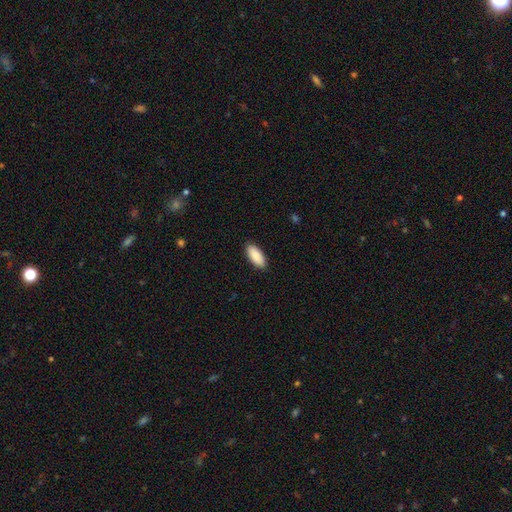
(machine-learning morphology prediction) Q: Smooth or featured?
A: smooth (91%); runner-up: star or artifact (6%)
Q: How rounded?
A: in between (87%); runner-up: cigar-shaped (11%)
Q: Merging?
A: none (90%); runner-up: minor disturbance (8%)